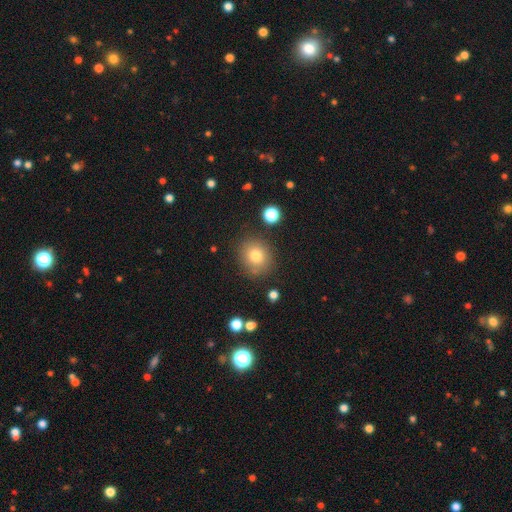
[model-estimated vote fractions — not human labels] Smooth or featured? smooth (78%)
How rounded? round (78%)
Merging? none (81%)